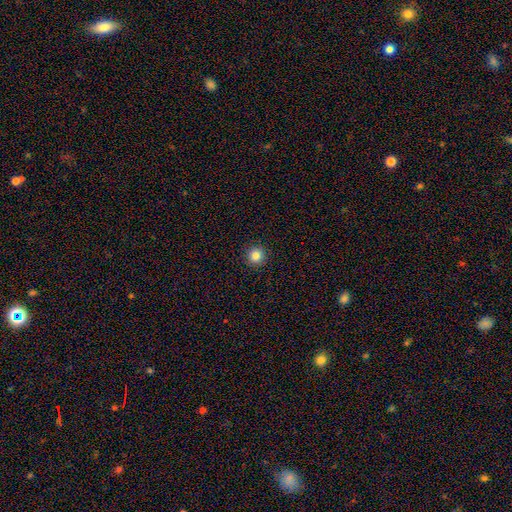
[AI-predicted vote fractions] Morphology: type=smooth (84%); roundness=round (95%); merging=none (93%).